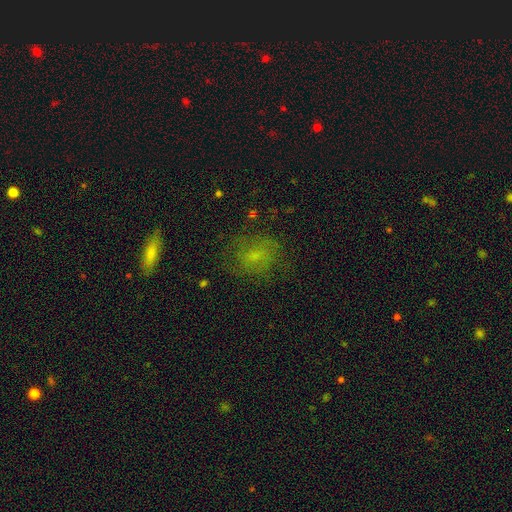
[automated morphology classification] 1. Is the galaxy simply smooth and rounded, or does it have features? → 55% smooth, 28% featured or disk, 17% star or artifact.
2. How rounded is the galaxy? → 54% round, 44% in between, 2% cigar-shaped.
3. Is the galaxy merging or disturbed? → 68% none, 19% minor disturbance, 11% major disturbance, 2% merger.